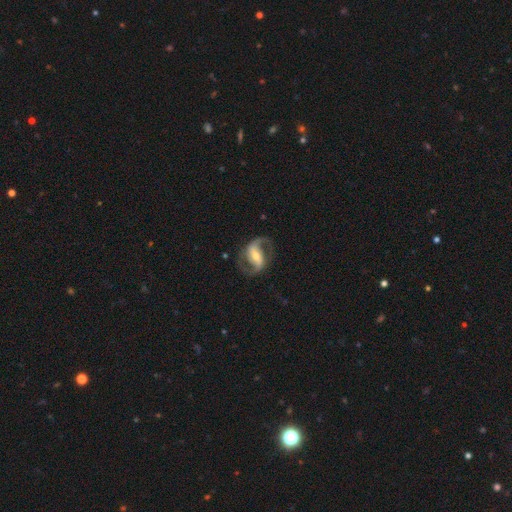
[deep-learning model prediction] Smooth or featured? featured or disk (89%)
Edge-on disk? no (97%)
Bar? strong (53%)
Spiral arms? yes (96%)
Spiral winding? medium (52%)
Spiral arm count? 2 (92%)
Bulge size? moderate (48%)
Merging? none (79%)